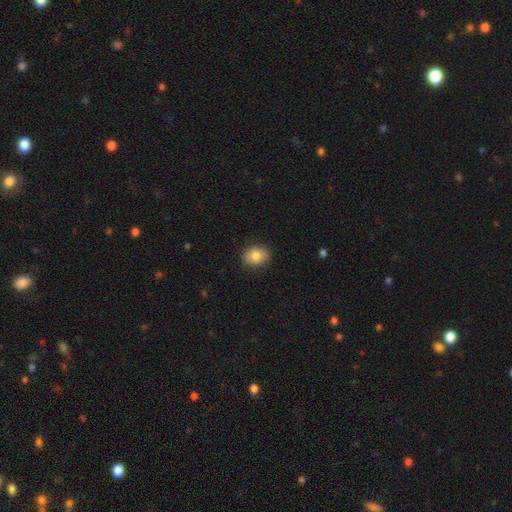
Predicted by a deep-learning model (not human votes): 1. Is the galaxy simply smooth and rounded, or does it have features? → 81% smooth, 11% featured or disk, 8% star or artifact.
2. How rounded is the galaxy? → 53% in between, 46% round, 1% cigar-shaped.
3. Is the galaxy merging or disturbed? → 87% none, 10% minor disturbance, 2% major disturbance, 1% merger.